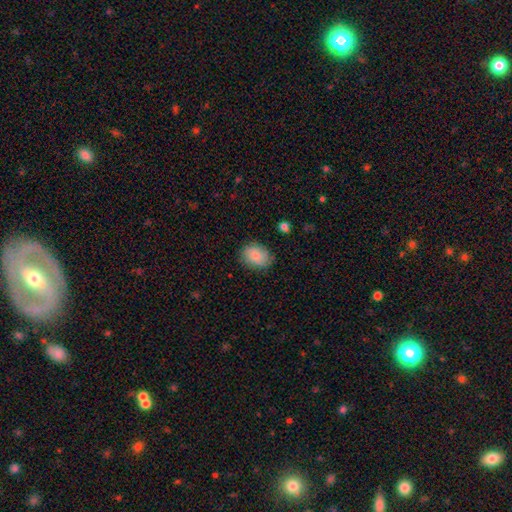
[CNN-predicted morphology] type=smooth (85%); roundness=in between (61%); merging=none (82%).